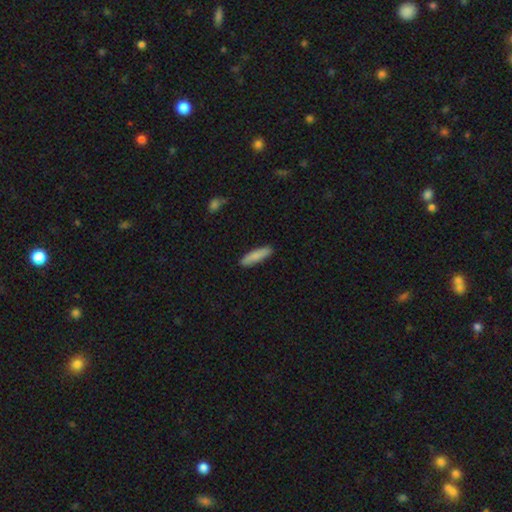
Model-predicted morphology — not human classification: A smooth galaxy with no disk features (85%) that is cigar-shaped (74%).

Vote fractions:
- Smooth or featured? smooth: 85% / featured or disk: 9% / star or artifact: 6%
- How rounded? cigar-shaped: 74% / in between: 25% / round: 2%
- Merging? none: 89% / minor disturbance: 8% / major disturbance: 2% / merger: 1%